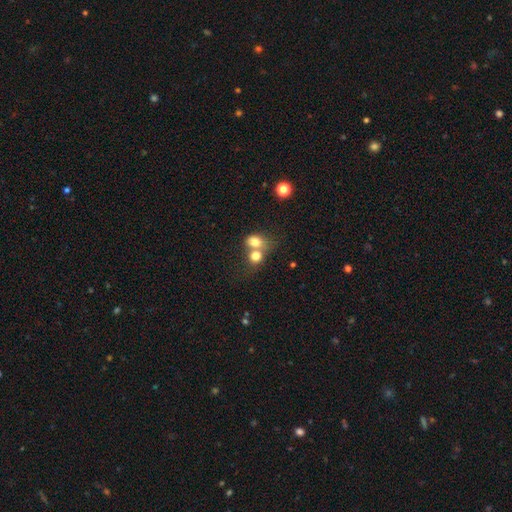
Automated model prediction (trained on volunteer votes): smooth-or-featured: smooth: 76% | featured or disk: 13% | star or artifact: 11%
  how-rounded: round: 57% | in between: 42% | cigar-shaped: 1%
  merging: merger: 61% | none: 28% | minor disturbance: 7% | major disturbance: 4%